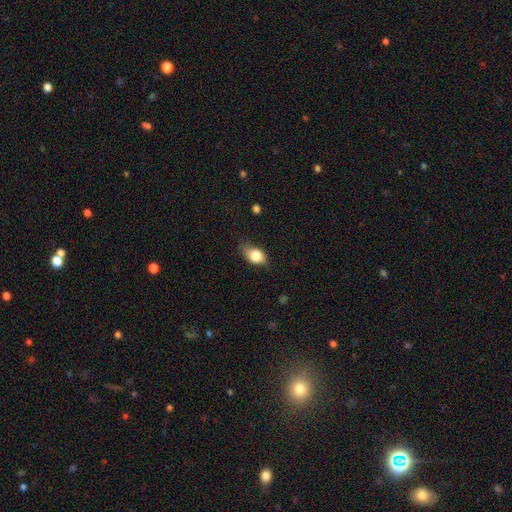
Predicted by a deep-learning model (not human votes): This appears to be a smooth galaxy with no disk features (79%) that is in between round and cigar-shaped (81%). Merging: none (61%).